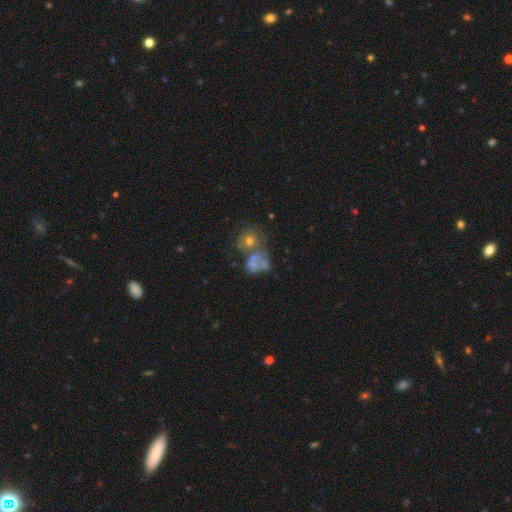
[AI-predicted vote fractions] Smooth or featured?
  - smooth: 40% *
  - star or artifact: 31%
  - featured or disk: 28%
Merging?
  - merger: 43% *
  - none: 39%
  - minor disturbance: 10%
  - major disturbance: 8%